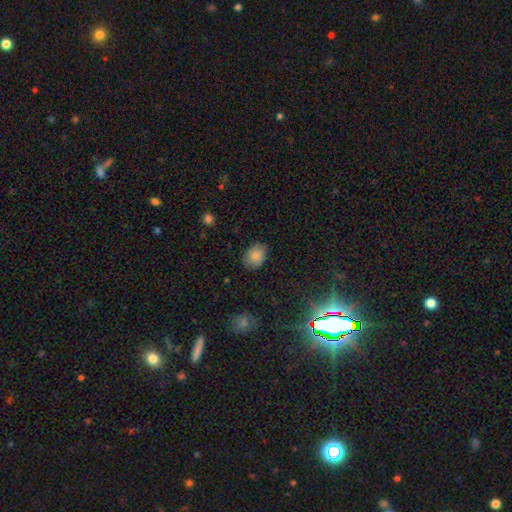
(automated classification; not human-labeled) This is clearly a smooth galaxy (82%). How rounded: likely in between (63%). Merging: likely none (80%).